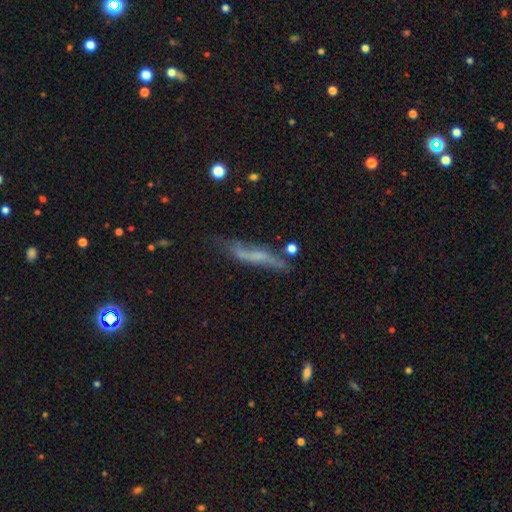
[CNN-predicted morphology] This appears to be a featured or disk galaxy (49%). Merging: none (53%).